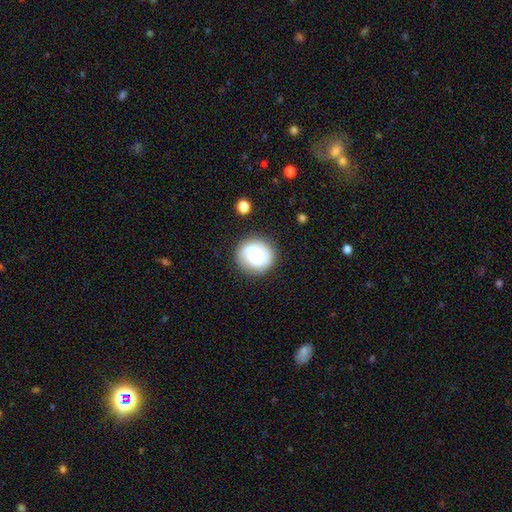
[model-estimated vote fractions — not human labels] Smooth or featured: featured or disk — 53% (smooth — 39%)
Edge-on disk: no — 98% (yes — 2%)
Bar: no — 61% (weak — 32%)
Spiral arms: yes — 91% (no — 9%)
Bulge size: moderate — 41% (small — 30%)
Merging: none — 83% (minor disturbance — 11%)